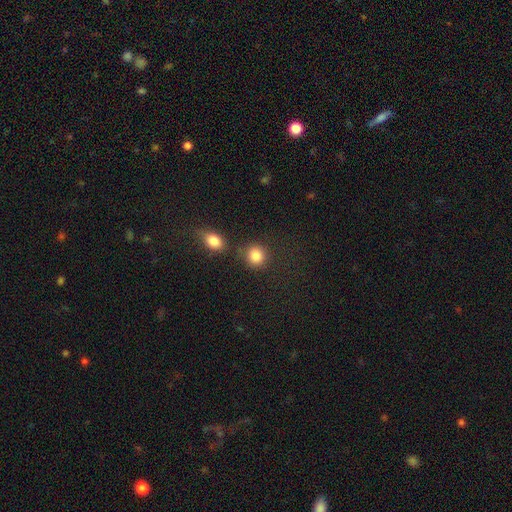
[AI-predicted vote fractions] Smooth or featured? Predicted: smooth (p=0.86). How rounded? Predicted: round (p=0.81). Merging? Predicted: none (p=0.66).